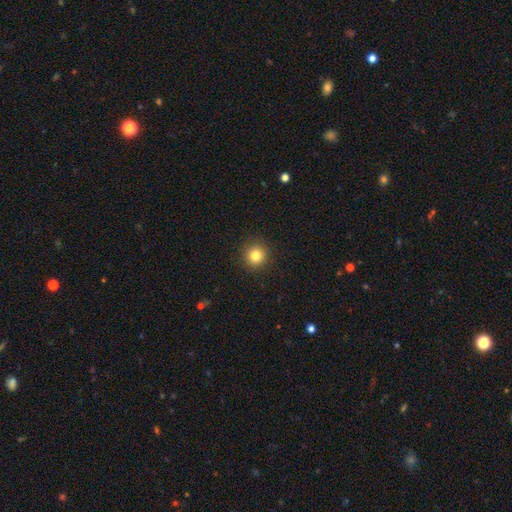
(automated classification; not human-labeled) smooth 82%, star or artifact 12%, featured or disk 6%. Down the decision tree: how rounded — round (94%); merging — none (92%).